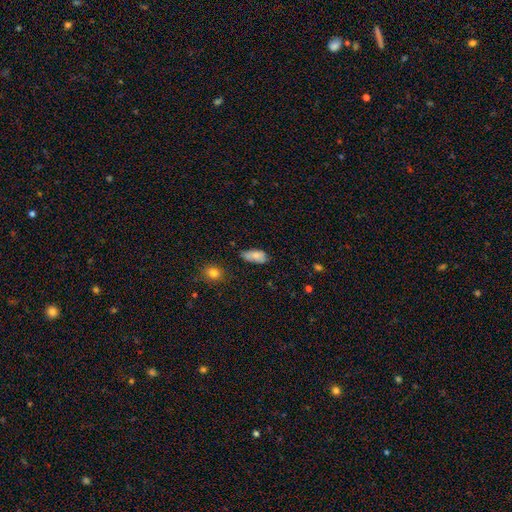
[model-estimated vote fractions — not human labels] This is likely a smooth galaxy (80%). How rounded: clearly in between (88%). Merging: possibly none (57%).